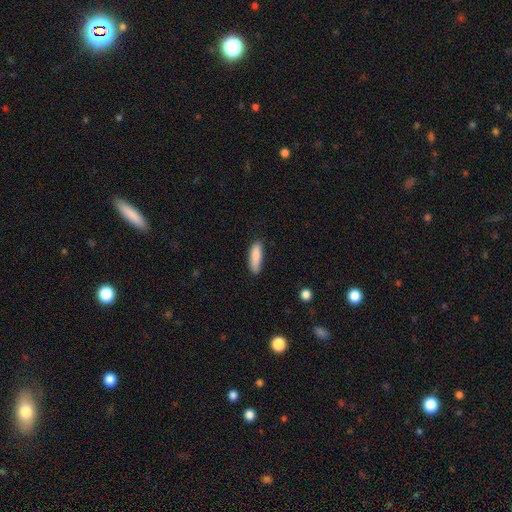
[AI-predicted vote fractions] smooth_or_featured: smooth (p=0.87) [alt: featured or disk p=0.07]
how_rounded: cigar-shaped (p=0.52) [alt: in between p=0.46]
merging: none (p=0.78) [alt: minor disturbance p=0.18]